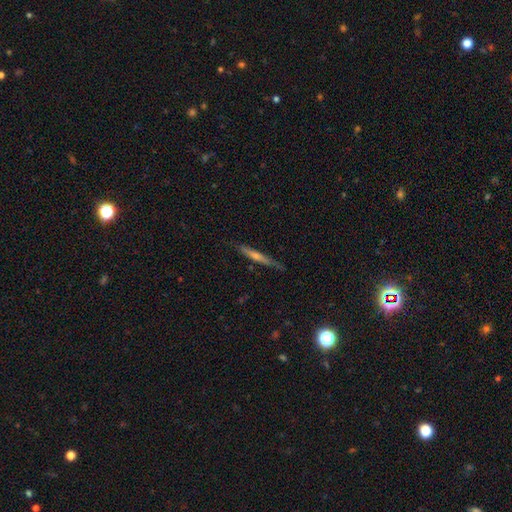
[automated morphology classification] Smooth or featured? featured or disk (67%)
Edge-on disk? yes (96%)
Edge-on bulge? rounded (70%)
Merging? none (87%)